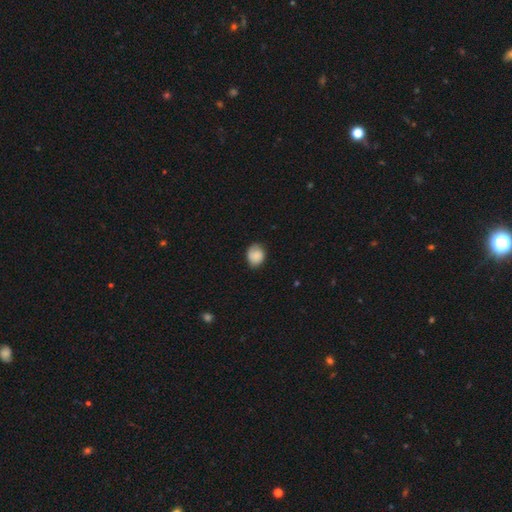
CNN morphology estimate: smooth-or-featured: smooth: 86% | star or artifact: 8% | featured or disk: 7%
  how-rounded: round: 60% | in between: 39% | cigar-shaped: 1%
  merging: none: 73% | minor disturbance: 22% | major disturbance: 4% | merger: 1%